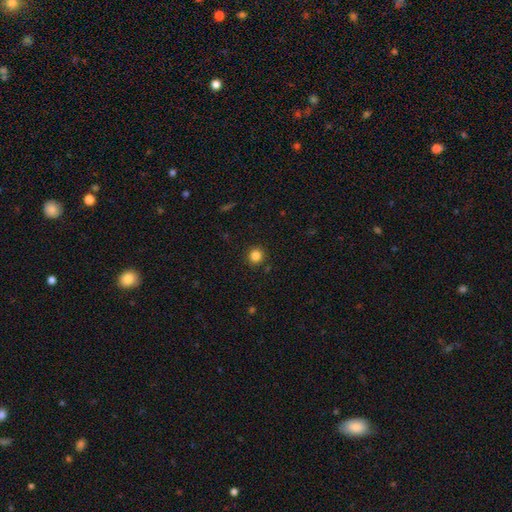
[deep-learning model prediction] The model was most divided on "smooth or featured": smooth: 84%, star or artifact: 12%, featured or disk: 5%. More confident: how rounded — round (92%); merging — none (90%).